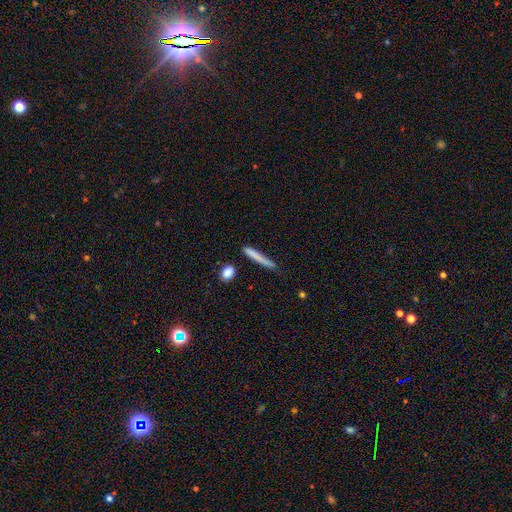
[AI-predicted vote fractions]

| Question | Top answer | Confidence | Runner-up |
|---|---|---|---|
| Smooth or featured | smooth | 77% | featured or disk (16%) |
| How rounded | cigar-shaped | 93% | in between (5%) |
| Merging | none | 70% | minor disturbance (19%) |